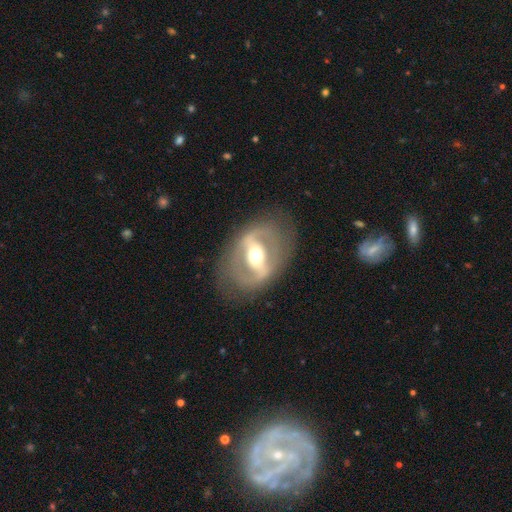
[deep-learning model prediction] This appears to be a featured or disk galaxy (79%) with a strong bar (63%), no spiral arms (53%) and a moderate central bulge (67%). Merging: none (74%).